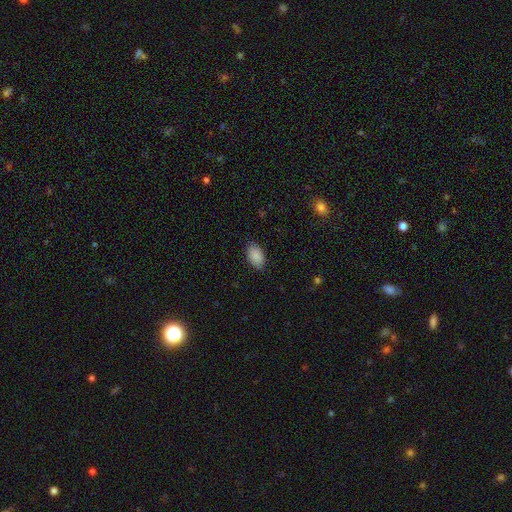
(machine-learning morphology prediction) A smooth galaxy with no disk features (89%) that is in between round and cigar-shaped (91%). Merging: none (85%).